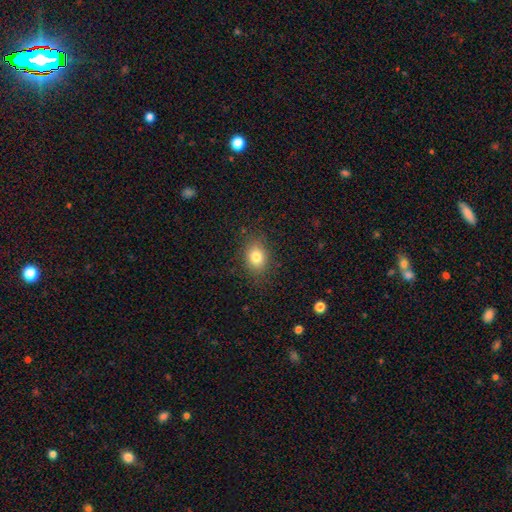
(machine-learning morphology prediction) Smooth or featured? Predicted: smooth (p=0.80). How rounded? Predicted: in between (p=0.59). Merging? Predicted: none (p=0.84).